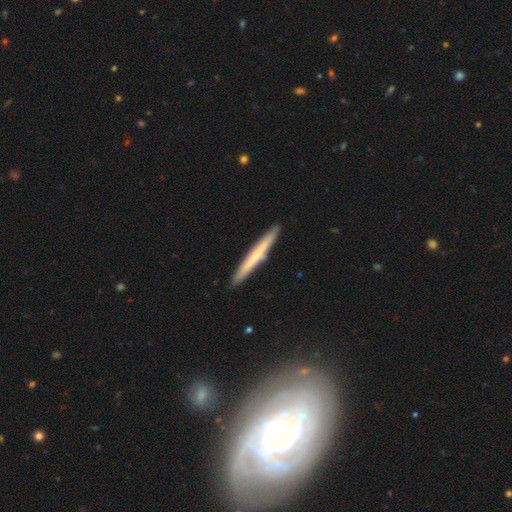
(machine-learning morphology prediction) smooth-or-featured: smooth: 52% | featured or disk: 42% | star or artifact: 6%
  how-rounded: cigar-shaped: 97% | in between: 2% | round: 1%
  merging: none: 92% | minor disturbance: 6% | merger: 1% | major disturbance: 1%